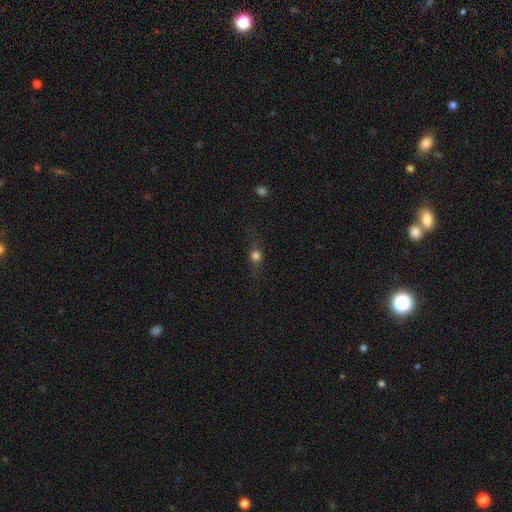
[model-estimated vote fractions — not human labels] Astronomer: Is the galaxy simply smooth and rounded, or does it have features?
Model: smooth — 61%.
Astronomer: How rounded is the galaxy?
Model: round — 53% (runner-up: in between, 31%).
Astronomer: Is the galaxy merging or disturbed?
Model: none — 78%.